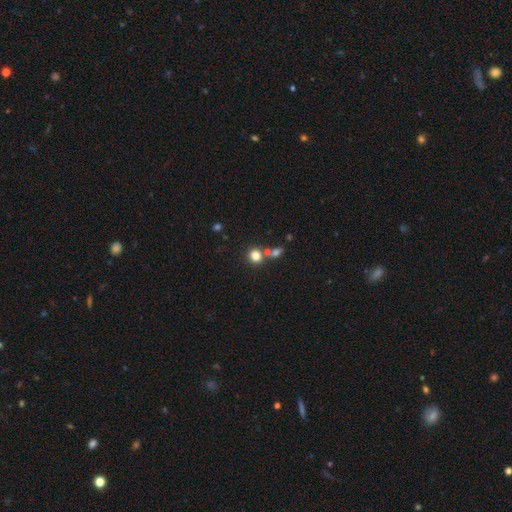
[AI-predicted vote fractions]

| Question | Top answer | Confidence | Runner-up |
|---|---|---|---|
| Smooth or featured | smooth | 80% | star or artifact (13%) |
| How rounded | round | 85% | in between (14%) |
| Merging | none | 65% | merger (23%) |